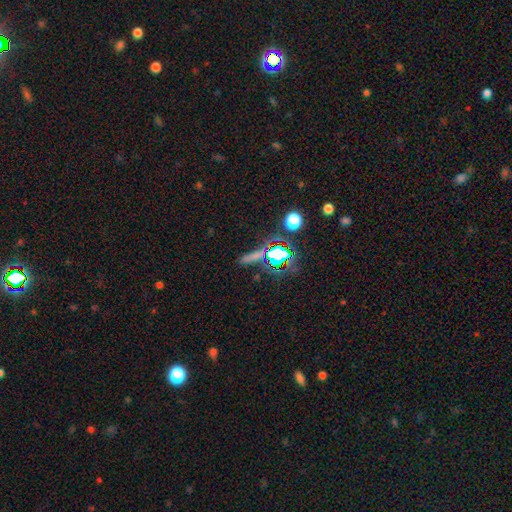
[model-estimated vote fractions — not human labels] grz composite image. It shows a star or artifact, not a galaxy (46%).